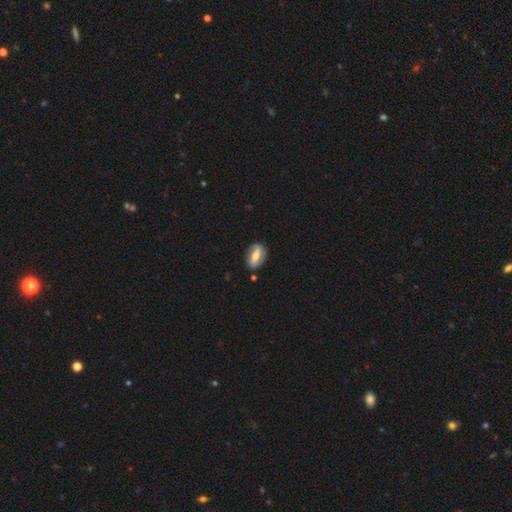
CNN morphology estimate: Overall: featured or disk (52%; smooth 41%). Edge-on disk: no (85%). Merging: none (79%).